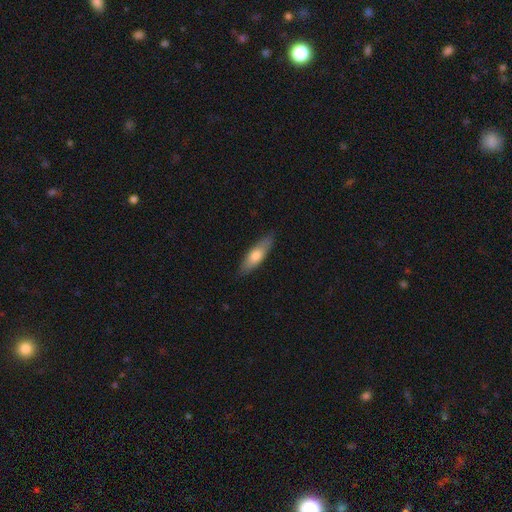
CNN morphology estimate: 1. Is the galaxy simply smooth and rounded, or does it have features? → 70% smooth, 24% featured or disk, 5% star or artifact.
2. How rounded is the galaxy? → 51% in between, 47% cigar-shaped, 2% round.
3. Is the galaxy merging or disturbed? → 83% none, 14% minor disturbance, 2% major disturbance, 1% merger.